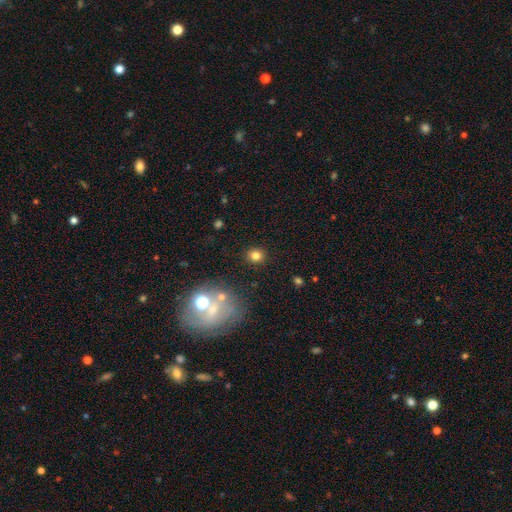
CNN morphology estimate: Smooth or featured? smooth (78%)
How rounded? round (84%)
Merging? none (88%)